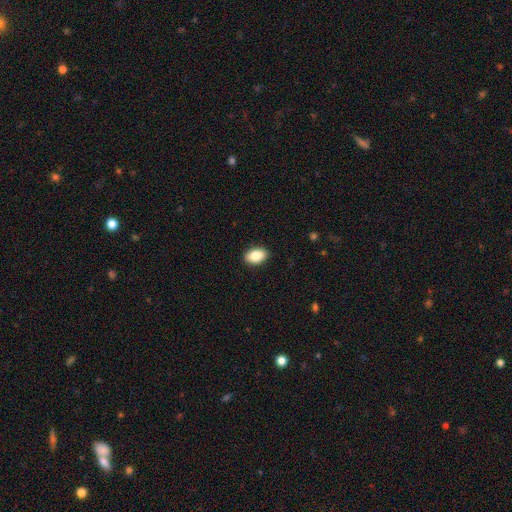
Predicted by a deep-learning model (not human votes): The model was most divided on "smooth or featured": smooth: 85%, featured or disk: 8%, star or artifact: 7%. More confident: merging — none (90%); how rounded — in between (89%).